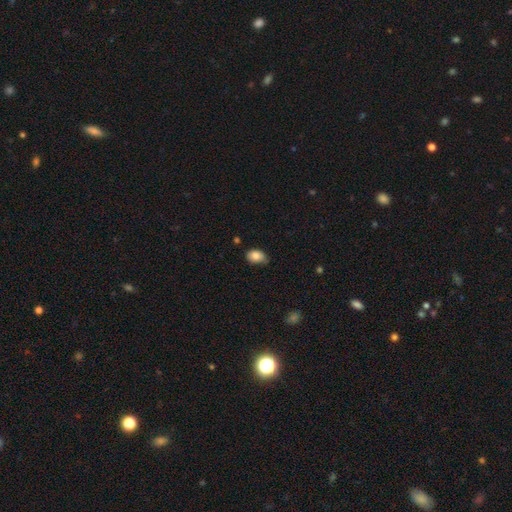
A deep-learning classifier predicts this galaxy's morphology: smooth-or-featured: smooth: 83% | featured or disk: 8% | star or artifact: 8%
  how-rounded: in between: 81% | round: 18% | cigar-shaped: 1%
  merging: none: 65% | minor disturbance: 29% | major disturbance: 4% | merger: 2%